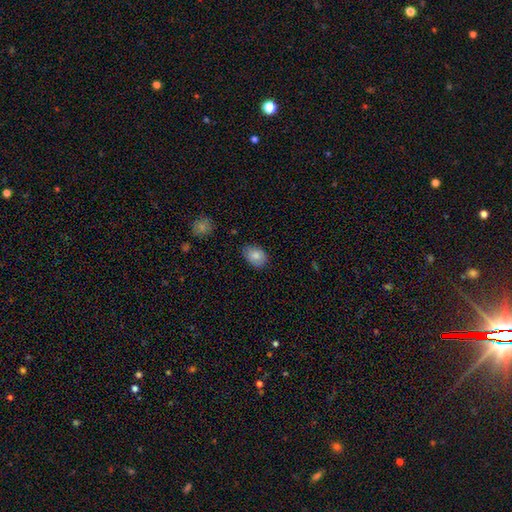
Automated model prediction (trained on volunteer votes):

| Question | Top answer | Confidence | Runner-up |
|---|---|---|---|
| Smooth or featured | smooth | 84% | featured or disk (8%) |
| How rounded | in between | 77% | round (22%) |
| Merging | none | 76% | minor disturbance (19%) |